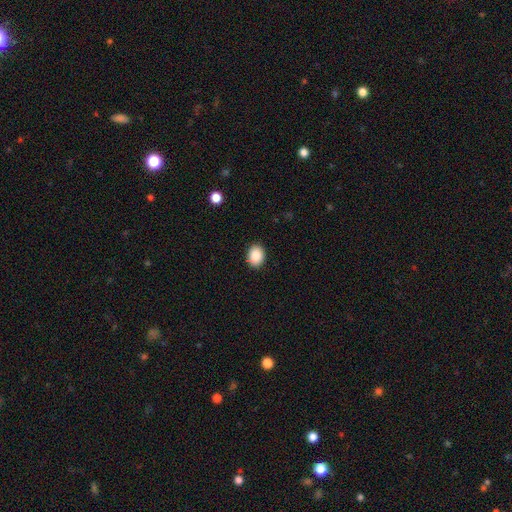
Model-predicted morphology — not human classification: This is clearly a smooth galaxy (89%). How rounded: likely in between (64%). Merging: clearly none (87%).